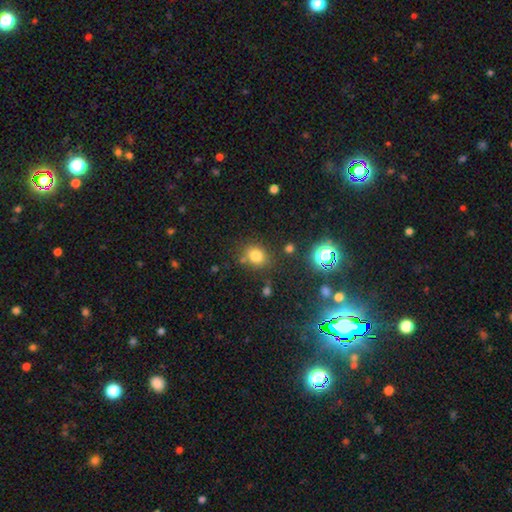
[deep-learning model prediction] Morphology: type=smooth (77%); roundness=round (67%); merging=none (74%).